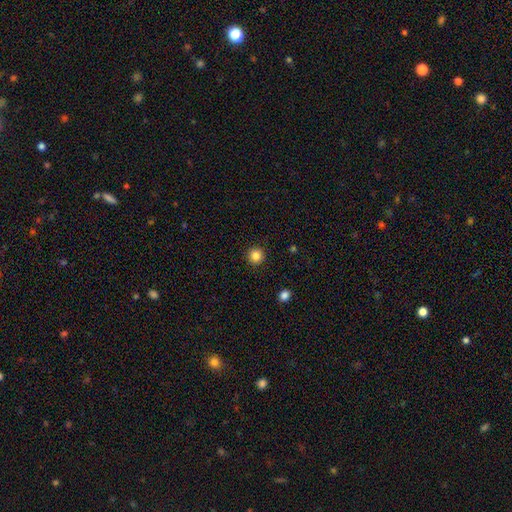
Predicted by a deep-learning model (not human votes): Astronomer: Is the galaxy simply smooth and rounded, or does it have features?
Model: smooth — 85%.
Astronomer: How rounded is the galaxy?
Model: round — 95%.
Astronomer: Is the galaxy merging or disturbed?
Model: none — 92%.